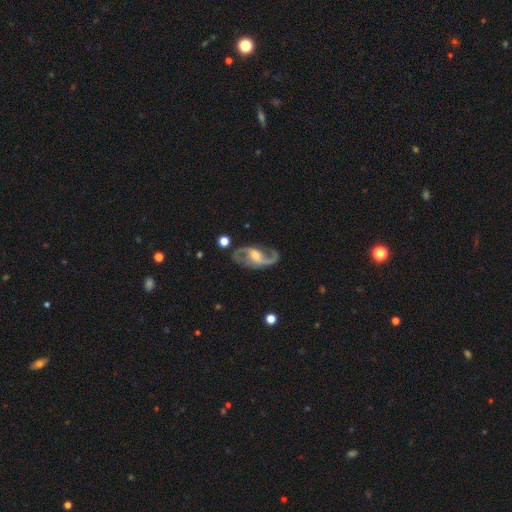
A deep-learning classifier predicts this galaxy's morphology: Smooth or featured?
  - featured or disk: 91% *
  - smooth: 5%
  - star or artifact: 5%
Edge-on disk?
  - no: 97% *
  - yes: 3%
Bar?
  - weak: 44% *
  - no: 30%
  - strong: 25%
Spiral arms?
  - yes: 97% *
  - no: 3%
Spiral winding?
  - loose: 45% * (tied)
  - medium: 45% * (tied)
  - tight: 10%
Spiral arm count?
  - 2: 92% *
  - 1: 2%
  - can't tell: 2%
  - 3: 1%
  - 4: 1%
  - more than 4: 1%
Bulge size?
  - moderate: 59% *
  - small: 32%
  - large: 5%
  - none: 2%
  - dominant: 1%
Merging?
  - none: 77% *
  - minor disturbance: 14%
  - major disturbance: 6%
  - merger: 2%